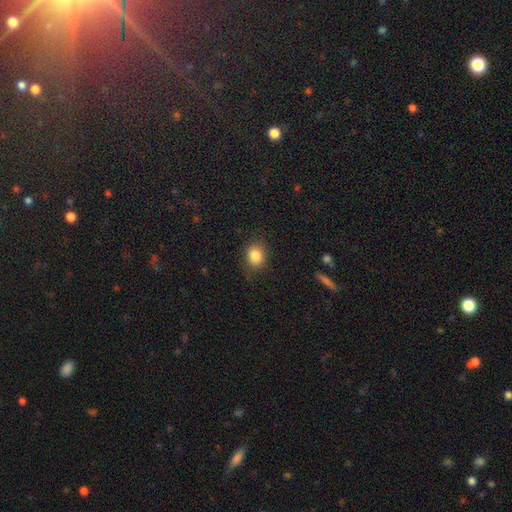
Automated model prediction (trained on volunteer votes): This is clearly a smooth galaxy (85%). How rounded: possibly round (51%). Merging: likely none (80%).